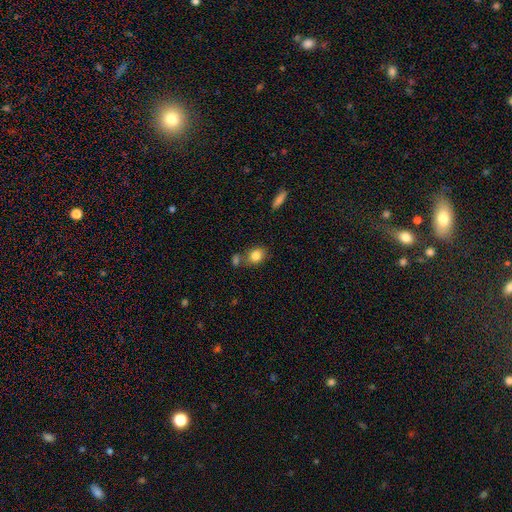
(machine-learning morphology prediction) The model was most divided on "how rounded": in between: 57%, round: 42%, cigar-shaped: 2%. More confident: smooth or featured — smooth (84%); merging — none (63%).